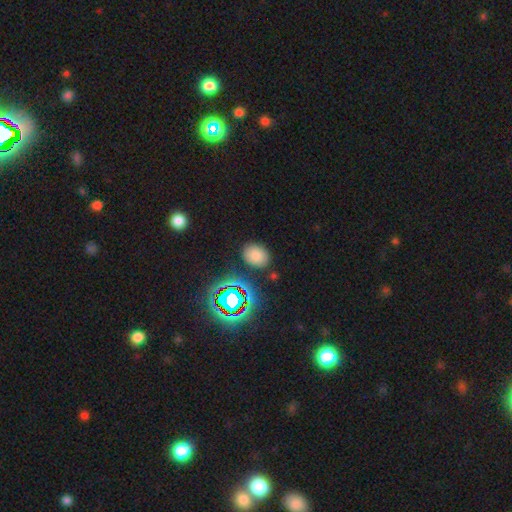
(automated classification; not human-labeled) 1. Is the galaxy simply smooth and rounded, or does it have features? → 72% smooth, 20% star or artifact, 7% featured or disk.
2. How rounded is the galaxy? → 61% in between, 38% round, 1% cigar-shaped.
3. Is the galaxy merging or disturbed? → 83% none, 11% minor disturbance, 3% major disturbance, 3% merger.